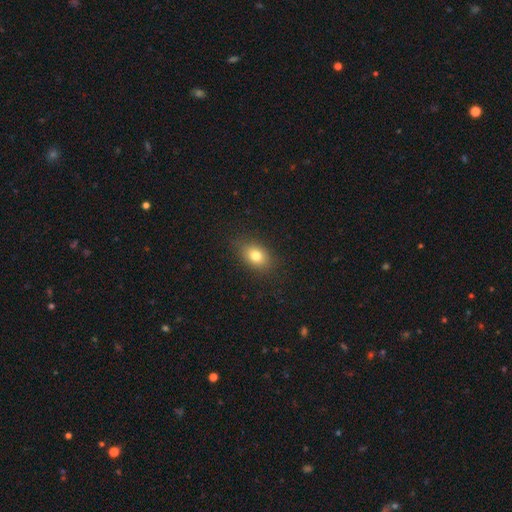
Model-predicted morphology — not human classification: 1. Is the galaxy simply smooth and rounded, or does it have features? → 77% smooth, 12% featured or disk, 11% star or artifact.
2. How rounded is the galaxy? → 73% in between, 25% round, 2% cigar-shaped.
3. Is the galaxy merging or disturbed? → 85% none, 11% minor disturbance, 3% major disturbance, 1% merger.